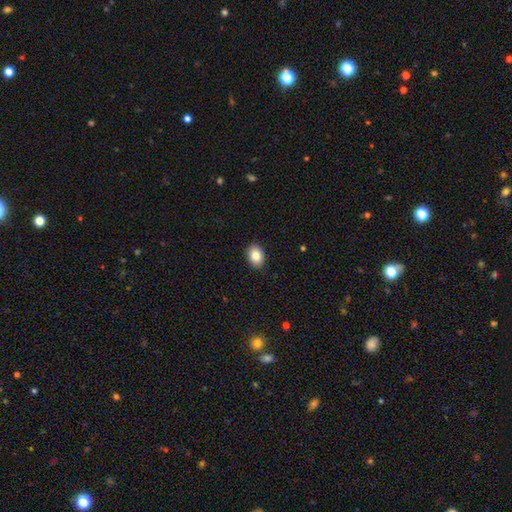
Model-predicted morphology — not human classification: A smooth galaxy with no disk features (84%) that is in between round and cigar-shaped (72%). Merging: none (90%).